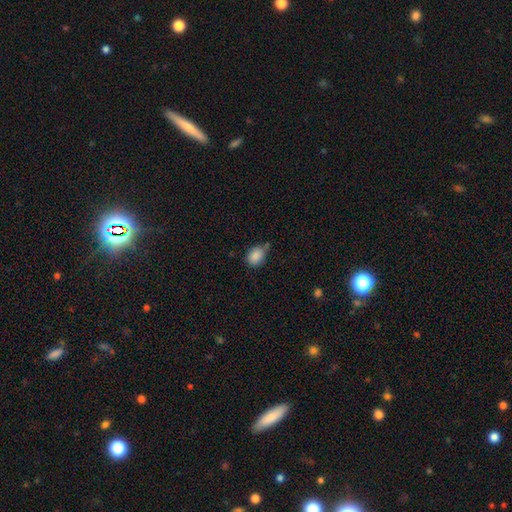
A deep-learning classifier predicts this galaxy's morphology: Smooth or featured: smooth — 87% (star or artifact — 9%)
How rounded: in between — 62% (round — 36%)
Merging: none — 58% (minor disturbance — 28%)